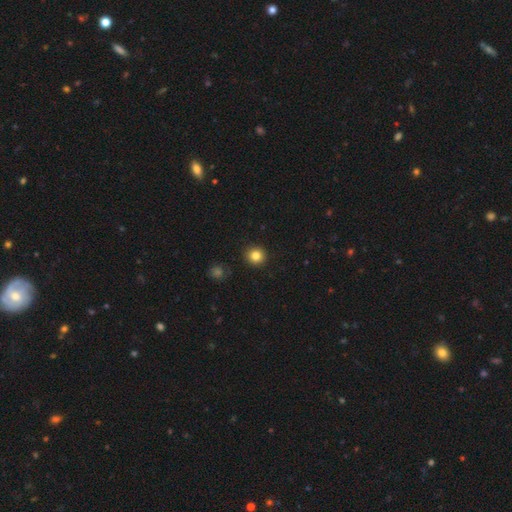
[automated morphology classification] This appears to be a smooth galaxy with no disk features (83%) that is round (93%). Merging: none (92%).